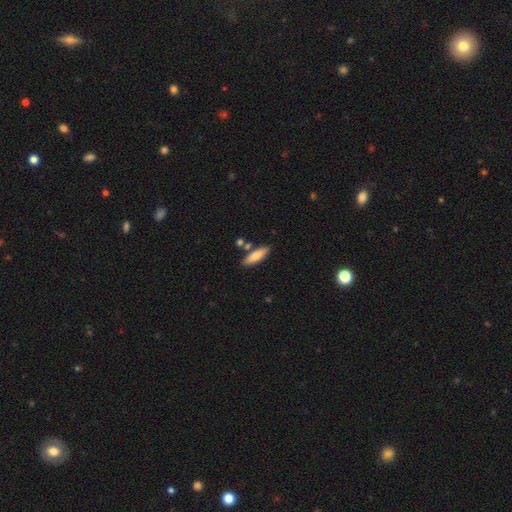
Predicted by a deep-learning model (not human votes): Q: Smooth or featured?
A: smooth (78%); runner-up: featured or disk (16%)
Q: How rounded?
A: cigar-shaped (53%); runner-up: in between (45%)
Q: Merging?
A: none (80%); runner-up: minor disturbance (10%)